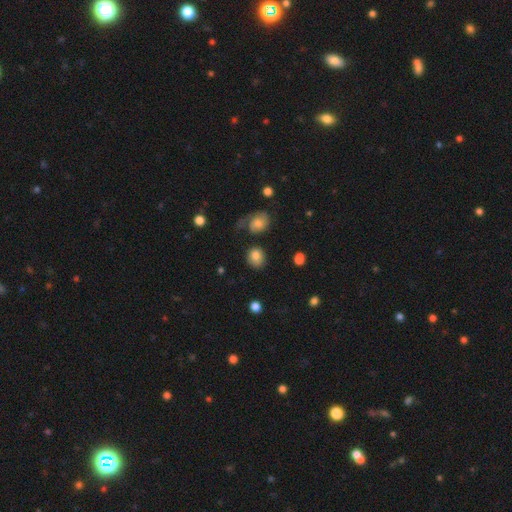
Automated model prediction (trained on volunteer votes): Smooth or featured?
  - smooth: 81% *
  - star or artifact: 9%
  - featured or disk: 9%
How rounded?
  - round: 78% *
  - in between: 21%
  - cigar-shaped: 1%
Merging?
  - none: 75% *
  - minor disturbance: 13%
  - major disturbance: 7%
  - merger: 6%